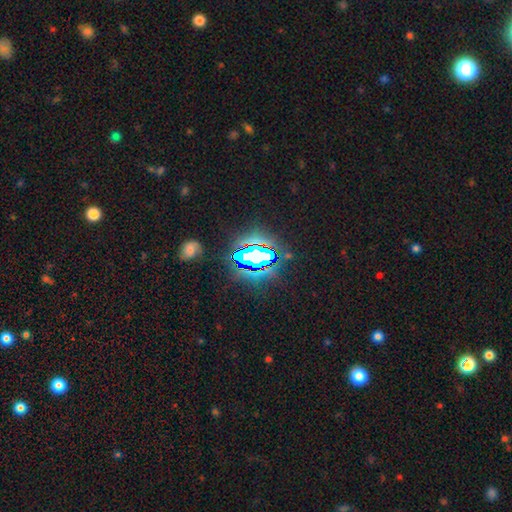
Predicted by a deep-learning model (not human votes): Q: Smooth or featured?
A: star or artifact (71%); runner-up: smooth (16%)